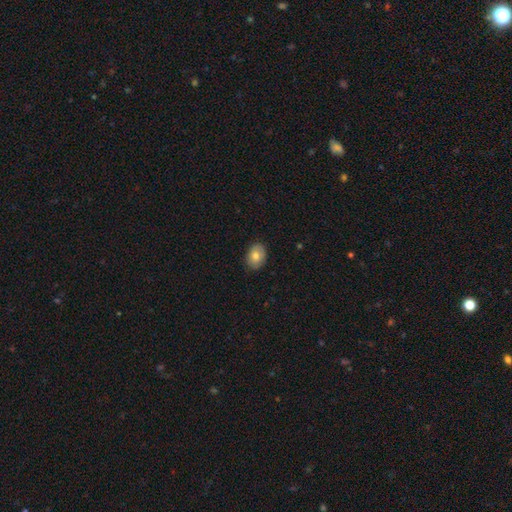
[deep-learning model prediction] smooth_or_featured: smooth (p=0.74) [alt: featured or disk p=0.18]
how_rounded: in between (p=0.74) [alt: round p=0.25]
merging: none (p=0.85) [alt: minor disturbance p=0.12]